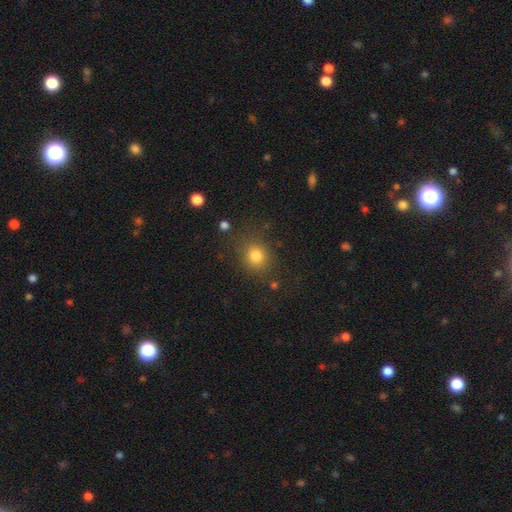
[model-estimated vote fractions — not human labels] smooth_or_featured: smooth (p=0.80) [alt: star or artifact p=0.13]
how_rounded: round (p=0.78) [alt: in between p=0.21]
merging: none (p=0.80) [alt: minor disturbance p=0.11]